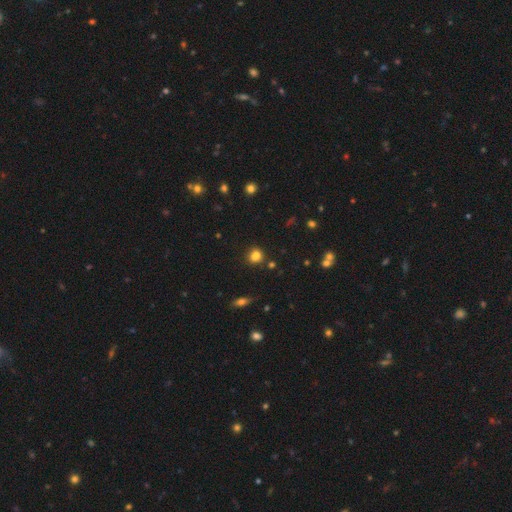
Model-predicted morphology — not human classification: Smooth or featured: smooth — 82% (star or artifact — 13%)
How rounded: round — 76% (in between — 23%)
Merging: none — 84% (minor disturbance — 9%)